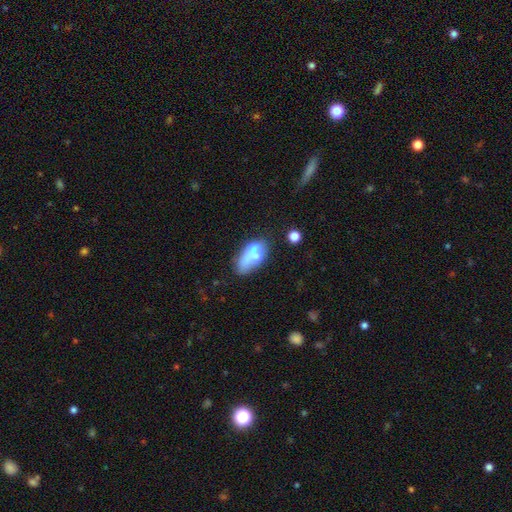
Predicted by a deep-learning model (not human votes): Smooth or featured?
  - smooth: 59% *
  - featured or disk: 31%
  - star or artifact: 10%
How rounded?
  - in between: 82% *
  - cigar-shaped: 9%
  - round: 9%
Merging?
  - merger: 40% *
  - none: 27%
  - minor disturbance: 17%
  - major disturbance: 15%